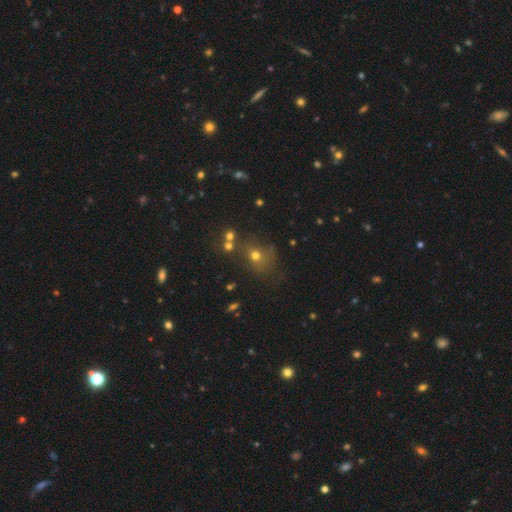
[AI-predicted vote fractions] Morphology: type=smooth (64%); roundness=round (68%); merging=none (53%).